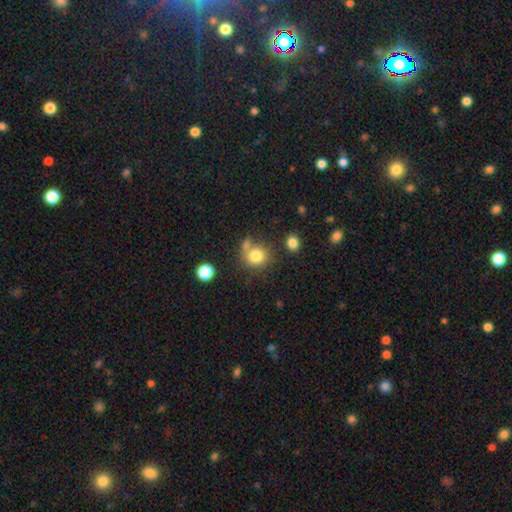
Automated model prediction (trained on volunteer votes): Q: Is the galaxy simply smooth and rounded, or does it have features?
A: smooth — 80%.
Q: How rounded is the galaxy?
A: round — 84%.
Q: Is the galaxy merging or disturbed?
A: none — 55%.